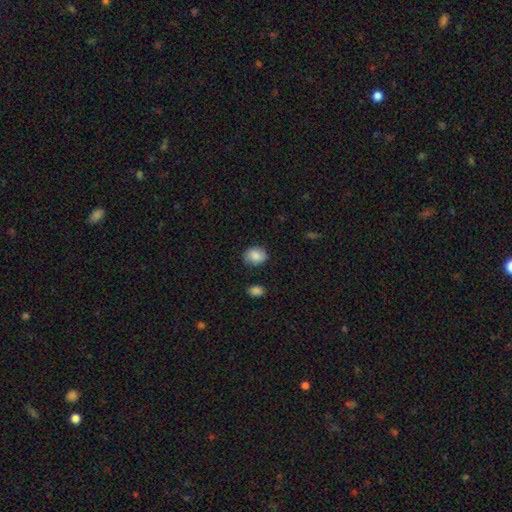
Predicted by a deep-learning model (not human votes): This appears to be a smooth galaxy with no disk features (86%) that is round (54%). Merging: none (82%).